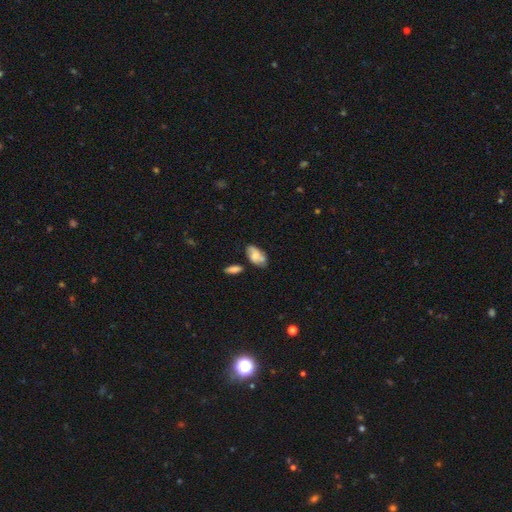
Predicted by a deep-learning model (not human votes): Morphology: type=smooth (55%); roundness=in between (91%); merging=none (60%).